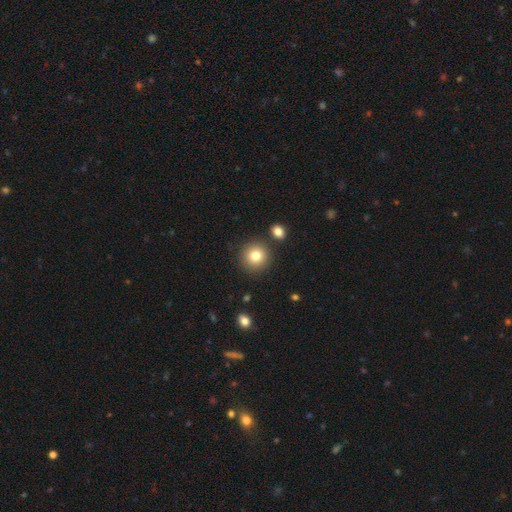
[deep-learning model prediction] smooth 80%, star or artifact 10%, featured or disk 9%. Down the decision tree: how rounded — round (93%); merging — none (87%).